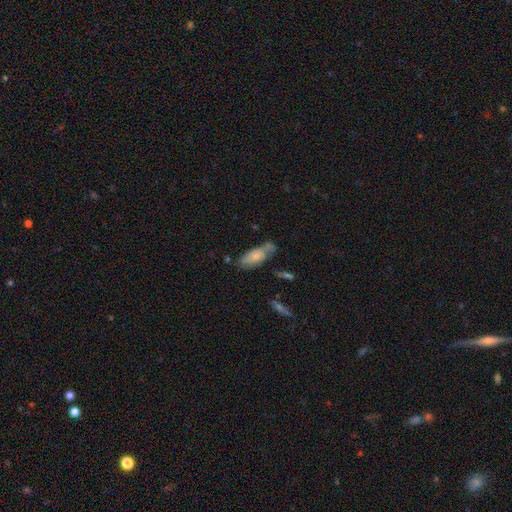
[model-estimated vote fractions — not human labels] A smooth galaxy with no disk features (69%) that is in between round and cigar-shaped (78%). Merging: none (46%).